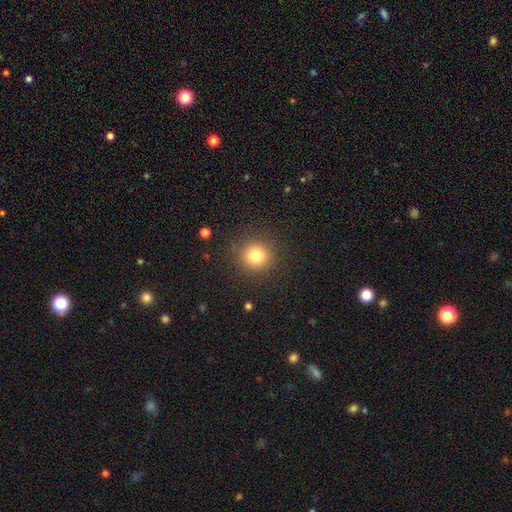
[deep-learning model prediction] A smooth galaxy with no disk features (80%) that is round (93%).

Vote fractions:
- Smooth or featured? smooth: 80% / star or artifact: 13% / featured or disk: 7%
- How rounded? round: 93% / in between: 6% / cigar-shaped: 1%
- Merging? none: 89% / minor disturbance: 7% / major disturbance: 3% / merger: 1%